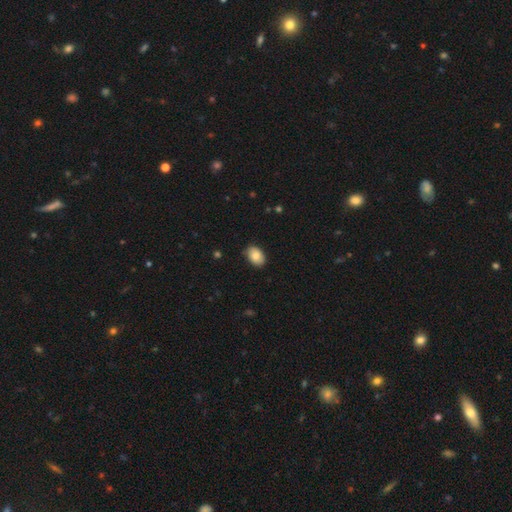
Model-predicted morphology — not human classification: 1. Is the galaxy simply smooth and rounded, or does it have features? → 83% smooth, 10% featured or disk, 7% star or artifact.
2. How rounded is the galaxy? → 86% in between, 13% round, 1% cigar-shaped.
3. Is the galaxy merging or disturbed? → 84% none, 13% minor disturbance, 2% major disturbance, 1% merger.